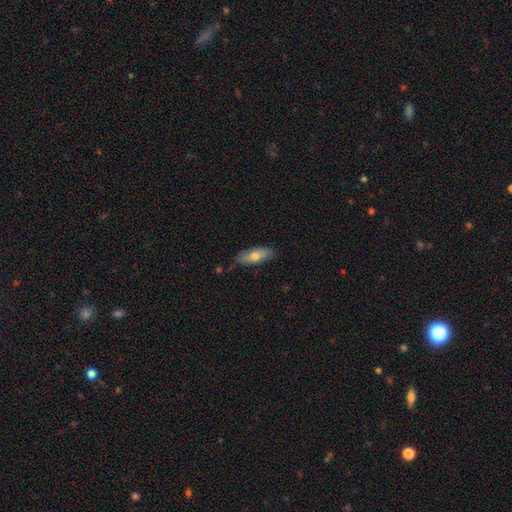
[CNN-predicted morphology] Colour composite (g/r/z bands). It shows a smooth galaxy with no disk features (70%) that is in between round and cigar-shaped (71%). Merging: none (82%).